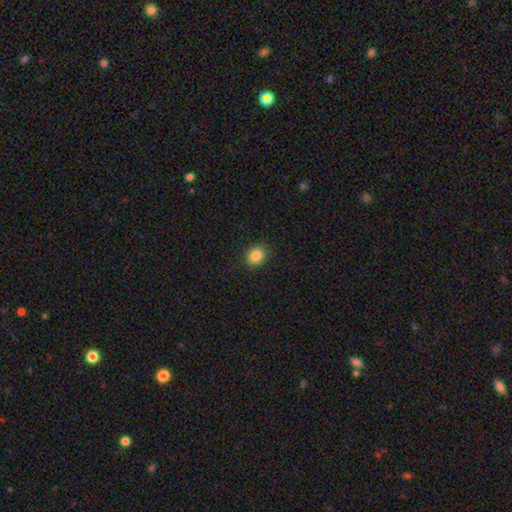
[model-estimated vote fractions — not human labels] Overall: smooth (86%). How rounded: round (59%; in between 40%). Merging: none (88%).